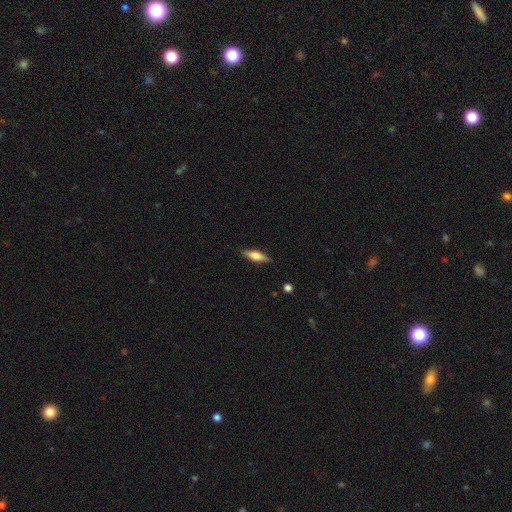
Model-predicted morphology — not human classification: A smooth galaxy with no disk features (55%) that is cigar-shaped (53%).

Vote fractions:
- Smooth or featured? smooth: 55% / featured or disk: 38% / star or artifact: 7%
- How rounded? cigar-shaped: 53% / in between: 44% / round: 3%
- Merging? none: 87% / minor disturbance: 10% / major disturbance: 2% / merger: 1%